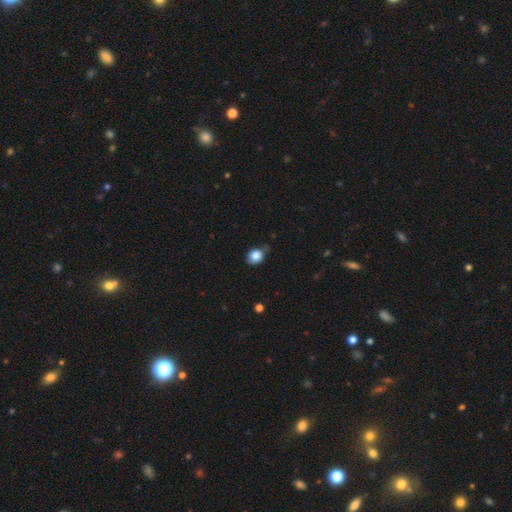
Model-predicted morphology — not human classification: smooth 85%, star or artifact 9%, featured or disk 6%. Down the decision tree: how rounded — round (59%); merging — none (62%).